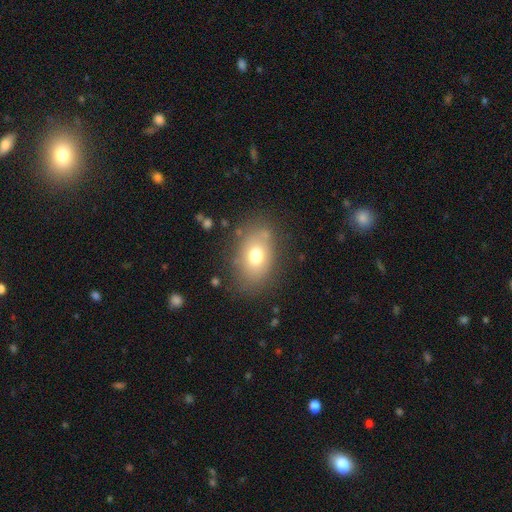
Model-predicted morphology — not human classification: This appears to be a smooth galaxy with no disk features (71%) that is in between round and cigar-shaped (81%). Merging: none (75%).